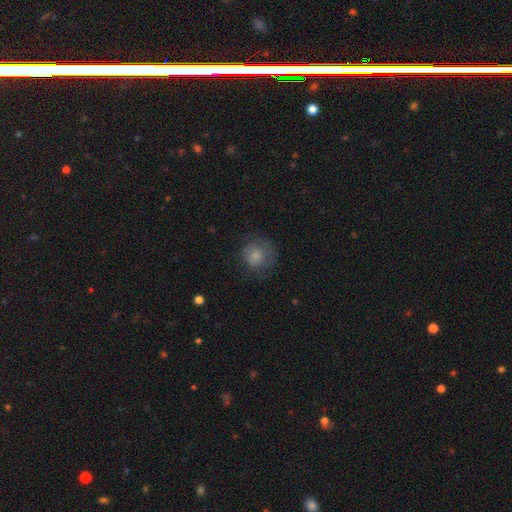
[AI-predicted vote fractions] This is likely a smooth galaxy (77%). How rounded: clearly round (87%). Merging: likely none (63%).